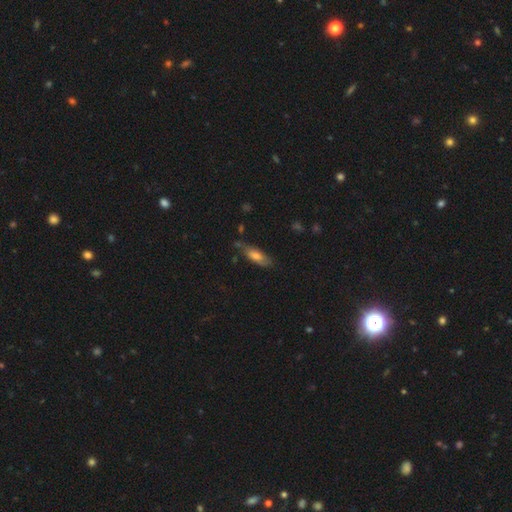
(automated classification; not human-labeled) Q: Smooth or featured?
A: smooth (65%); runner-up: featured or disk (28%)
Q: How rounded?
A: in between (64%); runner-up: cigar-shaped (34%)
Q: Merging?
A: none (61%); runner-up: minor disturbance (27%)